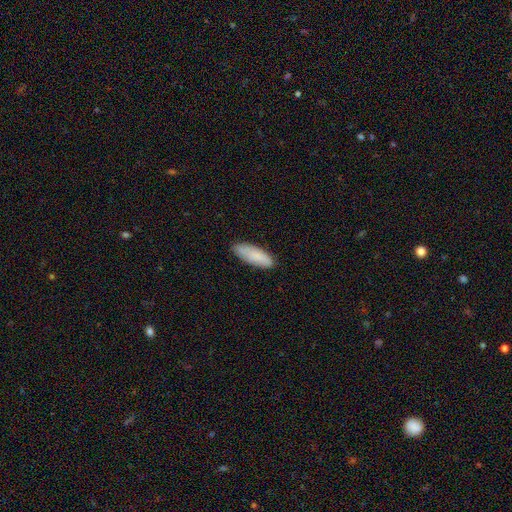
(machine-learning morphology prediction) A smooth galaxy with no disk features (85%) that is in between round and cigar-shaped (61%). Merging: none (83%).